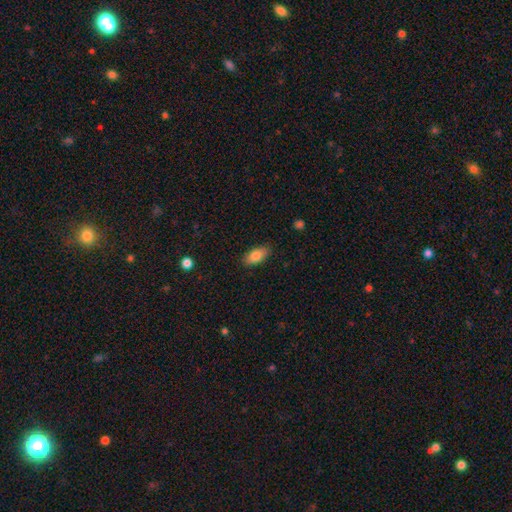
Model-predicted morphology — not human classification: A smooth galaxy with no disk features (84%) that is in between round and cigar-shaped (90%).

Vote fractions:
- Smooth or featured? smooth: 84% / featured or disk: 9% / star or artifact: 7%
- How rounded? in between: 90% / cigar-shaped: 7% / round: 3%
- Merging? none: 85% / minor disturbance: 11% / major disturbance: 2% / merger: 1%